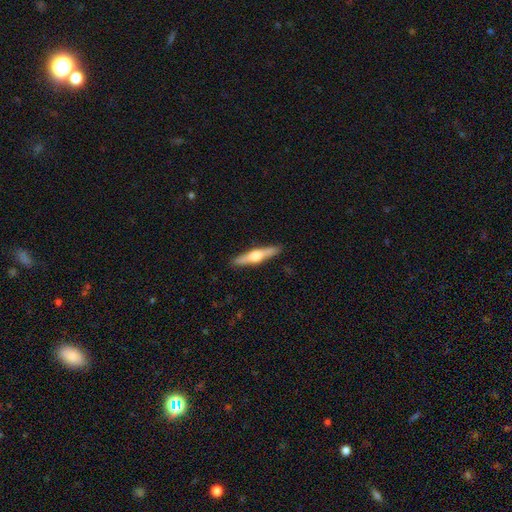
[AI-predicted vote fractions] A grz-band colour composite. It shows a featured or disk galaxy (64%) viewed edge-on (97%) with a rounded central bulge (94%). Merging: none (91%).